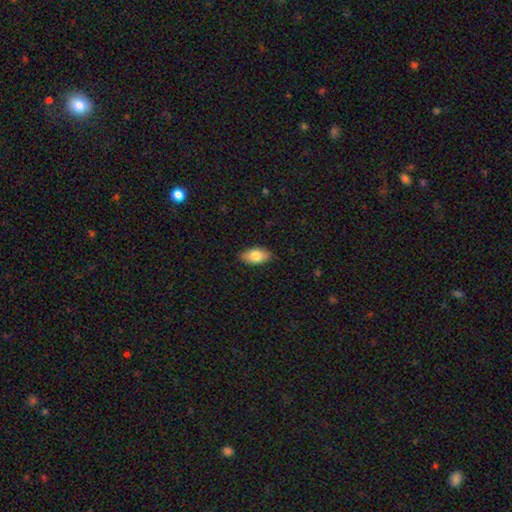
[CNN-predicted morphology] type=smooth (81%); roundness=in between (93%); merging=none (86%).